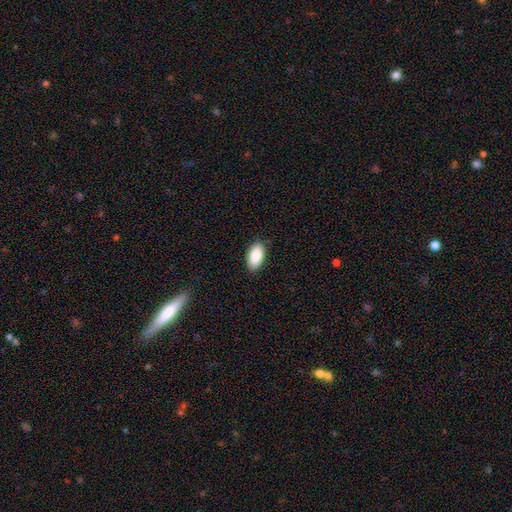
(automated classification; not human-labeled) A smooth galaxy with no disk features (89%) that is in between round and cigar-shaped (94%).

Vote fractions:
- Smooth or featured? smooth: 89% / star or artifact: 6% / featured or disk: 5%
- How rounded? in between: 94% / cigar-shaped: 4% / round: 2%
- Merging? none: 88% / minor disturbance: 9% / major disturbance: 2% / merger: 1%